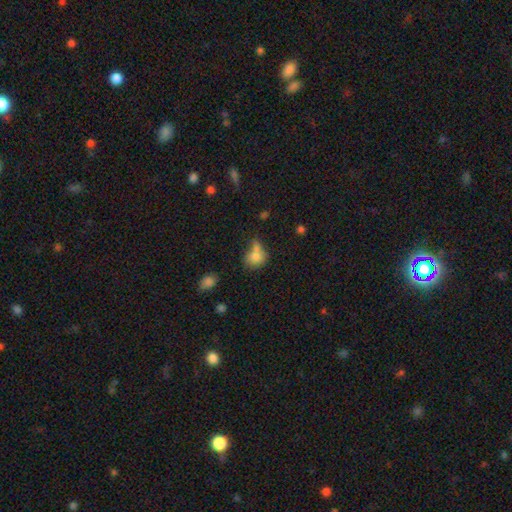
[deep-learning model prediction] smooth-or-featured: smooth: 76% | featured or disk: 14% | star or artifact: 10%
  how-rounded: round: 61% | in between: 38% | cigar-shaped: 1%
  merging: merger: 42% | none: 37% | minor disturbance: 14% | major disturbance: 7%